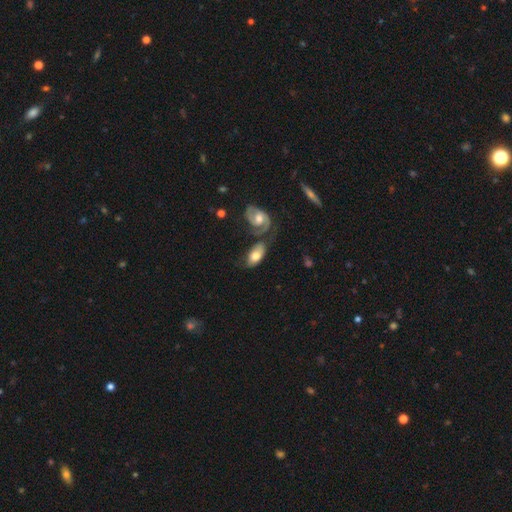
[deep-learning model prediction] Morphology: type=smooth (57%); roundness=in between (91%); merging=merger (34%).